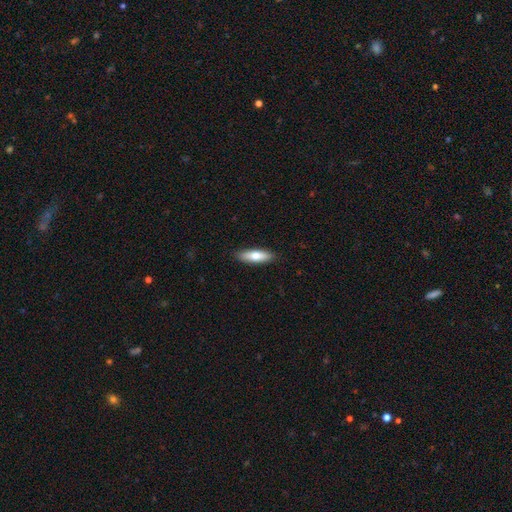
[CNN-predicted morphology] This appears to be a smooth galaxy with no disk features (73%) that is cigar-shaped (55%). Merging: none (89%).